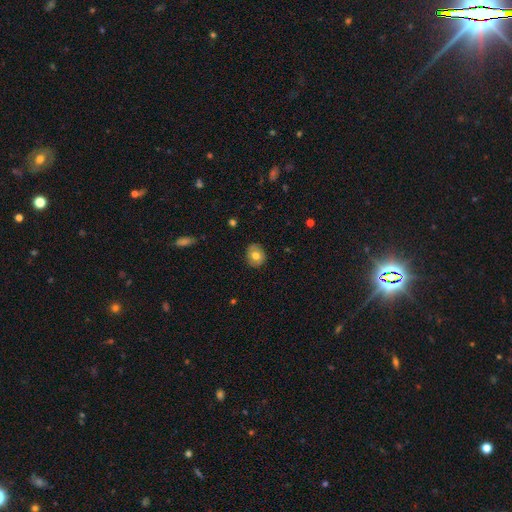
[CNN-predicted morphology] smooth 70%, featured or disk 22%, star or artifact 8%. Down the decision tree: how rounded — round (69%); merging — none (85%).